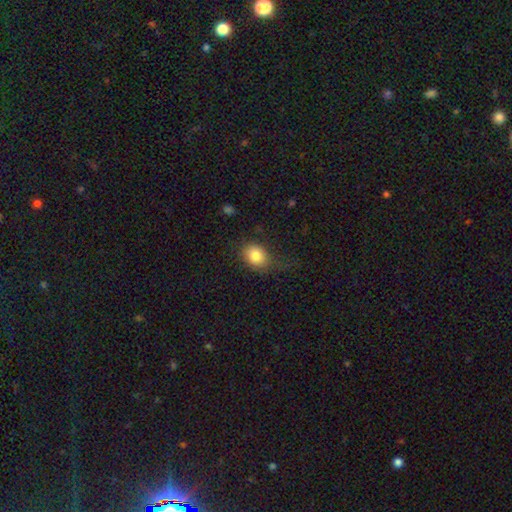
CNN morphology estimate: Overall: smooth (82%). How rounded: round (56%; in between 43%). Merging: none (65%).